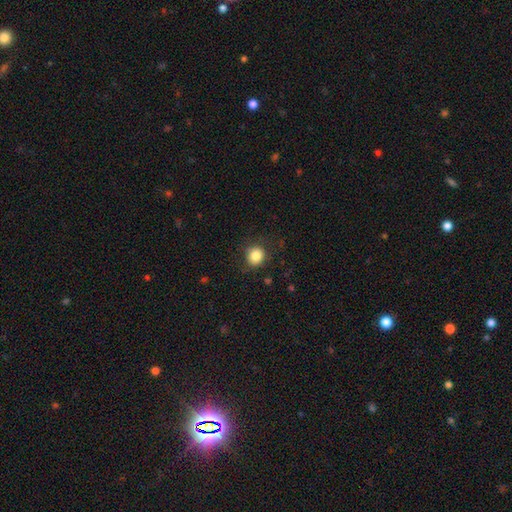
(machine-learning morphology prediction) smooth 84%, star or artifact 10%, featured or disk 5%. Down the decision tree: how rounded — round (87%); merging — none (84%).